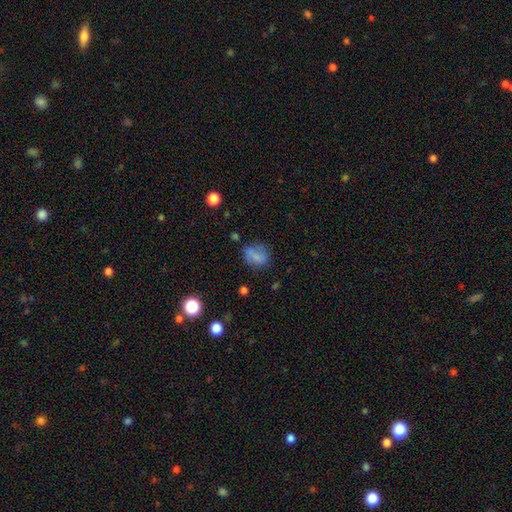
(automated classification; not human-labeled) The model was most divided on "how rounded": in between: 54%, round: 45%, cigar-shaped: 2%. More confident: smooth or featured — smooth (70%); merging — none (56%).